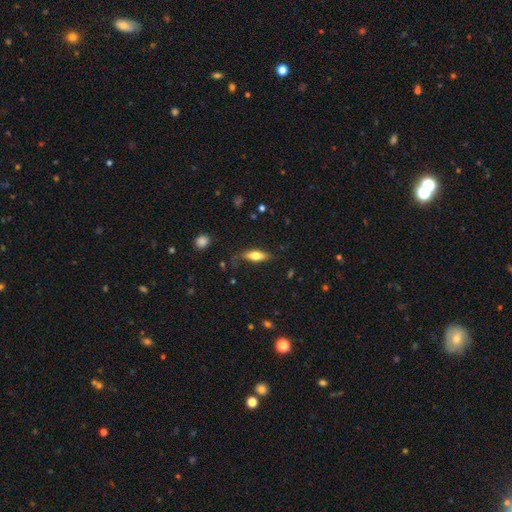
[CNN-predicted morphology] smooth 68%, featured or disk 26%, star or artifact 6%. Down the decision tree: how rounded — in between (59%); merging — none (72%).